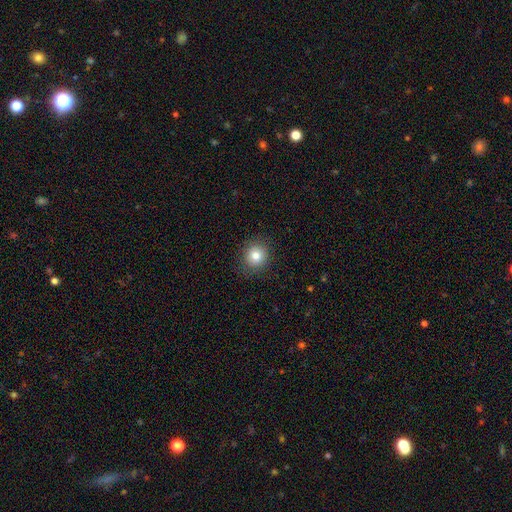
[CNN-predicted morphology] Smooth or featured? Predicted: smooth (p=0.81). How rounded? Predicted: round (p=0.85). Merging? Predicted: none (p=0.88).